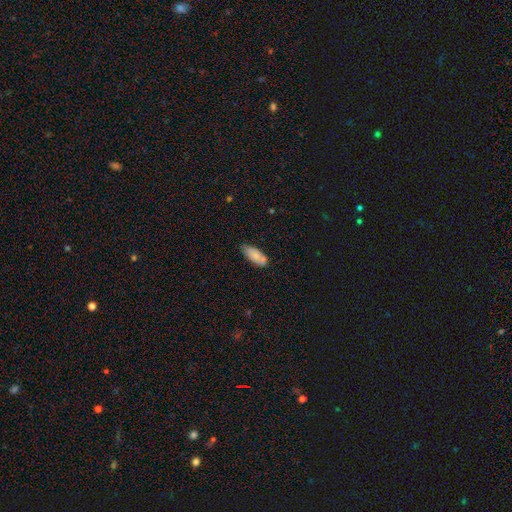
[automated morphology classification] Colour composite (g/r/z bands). It shows a smooth galaxy with no disk features (81%) that is in between round and cigar-shaped (83%). Merging: none (66%).